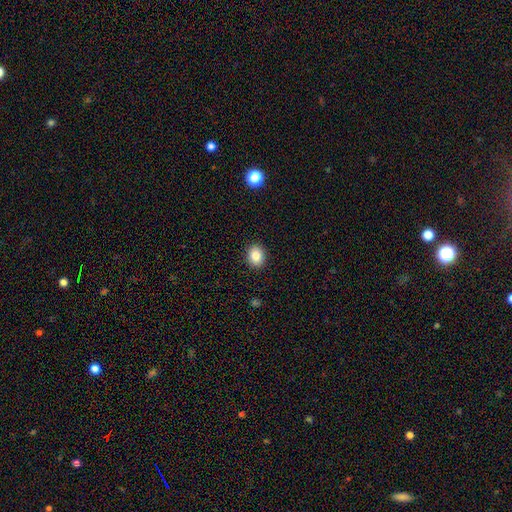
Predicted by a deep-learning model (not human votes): Smooth or featured?
  - smooth: 85% *
  - star or artifact: 9%
  - featured or disk: 6%
How rounded?
  - round: 57% *
  - in between: 42%
  - cigar-shaped: 1%
Merging?
  - none: 91% *
  - minor disturbance: 6%
  - major disturbance: 2%
  - merger: 1%